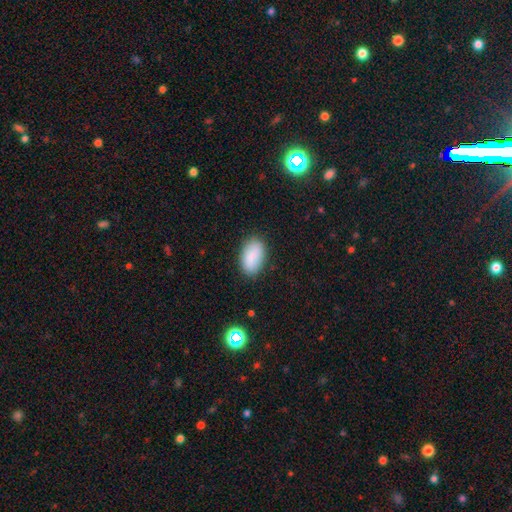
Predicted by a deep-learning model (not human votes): Smooth or featured: smooth — 86% (star or artifact — 7%)
How rounded: in between — 94% (round — 5%)
Merging: none — 84% (minor disturbance — 12%)